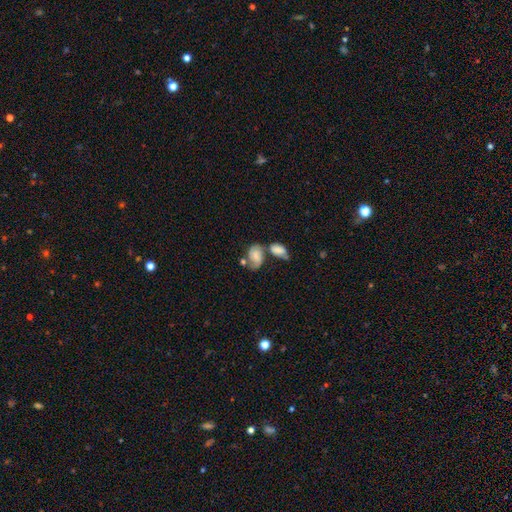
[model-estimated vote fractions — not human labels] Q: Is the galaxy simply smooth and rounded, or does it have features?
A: smooth — 50%.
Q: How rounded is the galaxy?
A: in between — 81%.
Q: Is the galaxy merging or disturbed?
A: merger — 50%.